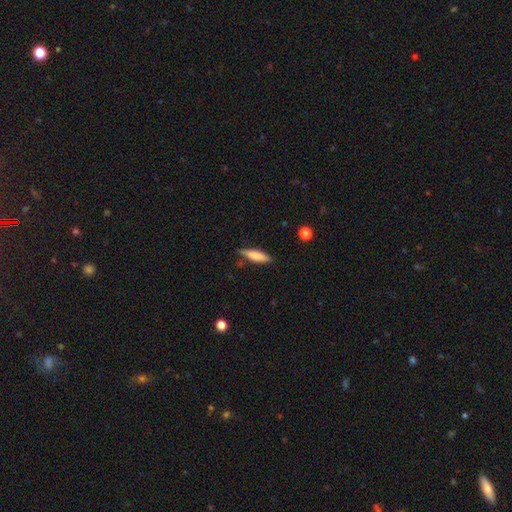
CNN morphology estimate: The model was most divided on "how rounded": cigar-shaped: 68%, in between: 30%, round: 2%. More confident: merging — none (77%); smooth or featured — smooth (72%).